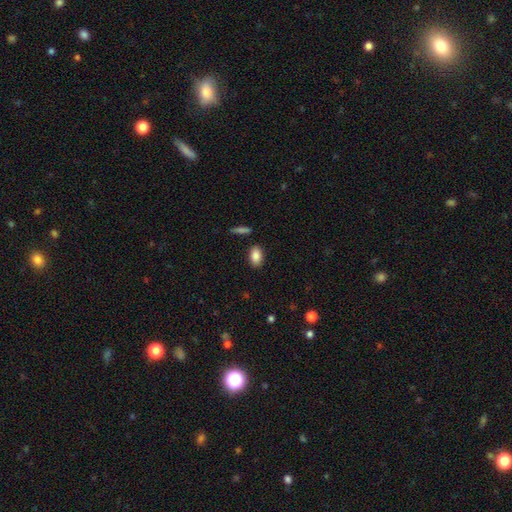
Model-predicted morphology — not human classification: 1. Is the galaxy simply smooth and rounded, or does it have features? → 87% smooth, 7% star or artifact, 6% featured or disk.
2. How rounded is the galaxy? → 90% in between, 7% round, 3% cigar-shaped.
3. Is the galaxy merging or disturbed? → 87% none, 9% minor disturbance, 3% merger, 2% major disturbance.